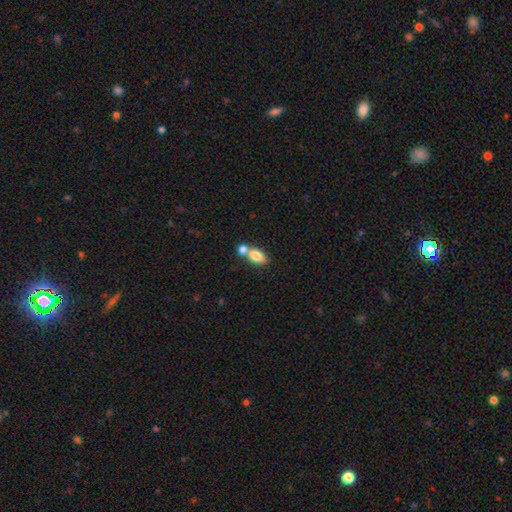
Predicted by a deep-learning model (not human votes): The model was most divided on "merging": merger: 44%, none: 42%, minor disturbance: 10%, major disturbance: 4%. More confident: how rounded — in between (85%); smooth or featured — smooth (80%).